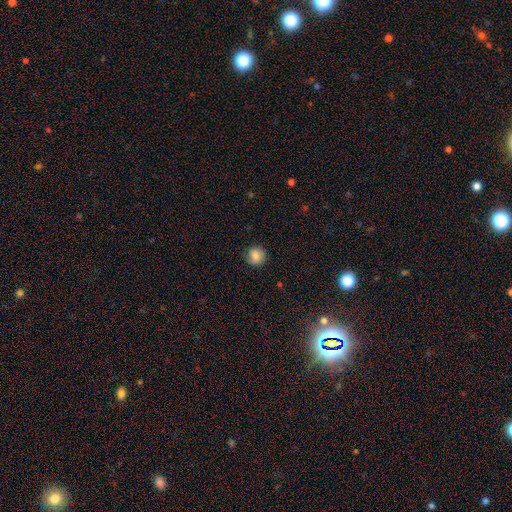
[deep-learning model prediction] Smooth or featured?
  - smooth: 83% *
  - star or artifact: 9%
  - featured or disk: 8%
How rounded?
  - round: 89% *
  - in between: 10%
  - cigar-shaped: 1%
Merging?
  - none: 85% *
  - minor disturbance: 11%
  - major disturbance: 3%
  - merger: 1%